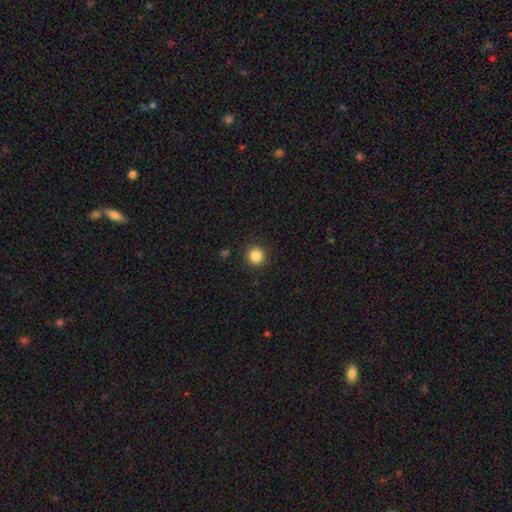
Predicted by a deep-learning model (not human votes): Morphology: type=smooth (85%); roundness=round (93%); merging=none (91%).